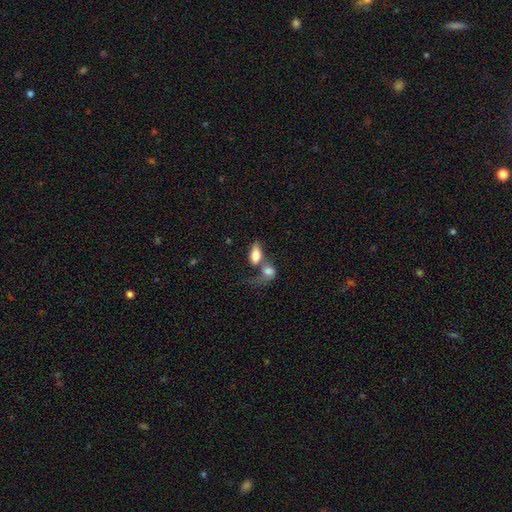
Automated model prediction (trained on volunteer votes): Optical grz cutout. It shows a smooth galaxy with no disk features (76%) that is in between round and cigar-shaped (87%). Merging: merger (63%).